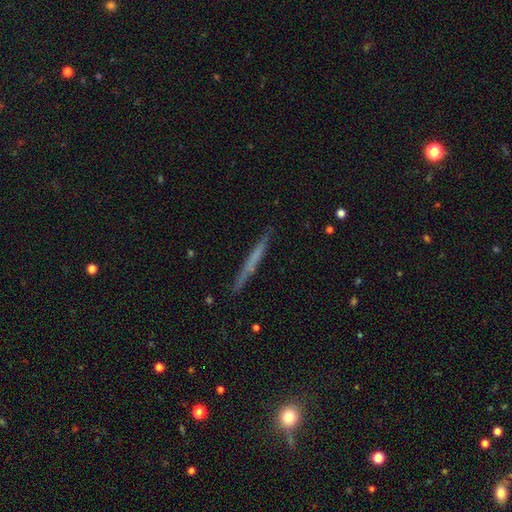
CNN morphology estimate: Smooth or featured?
  - smooth: 50% *
  - featured or disk: 43%
  - star or artifact: 6%
How rounded?
  - cigar-shaped: 97% *
  - in between: 2%
  - round: 1%
Merging?
  - none: 89% *
  - minor disturbance: 8%
  - major disturbance: 2%
  - merger: 1%